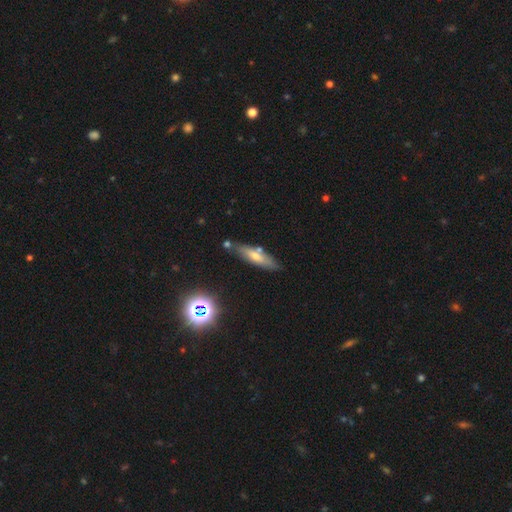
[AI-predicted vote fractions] This is possibly a smooth galaxy (58%). How rounded: likely cigar-shaped (68%). Merging: likely none (74%).